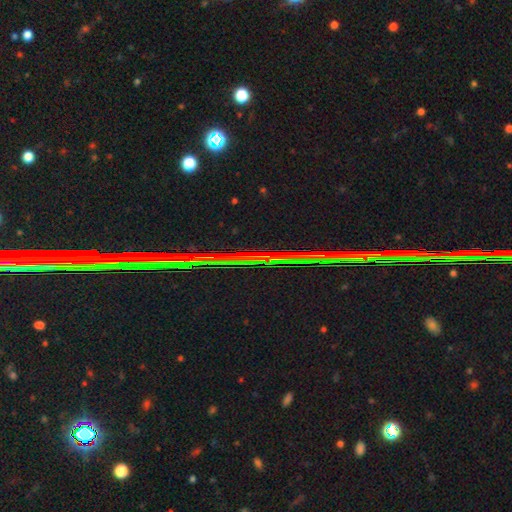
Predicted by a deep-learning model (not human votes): A star or artifact, not a galaxy (84%).